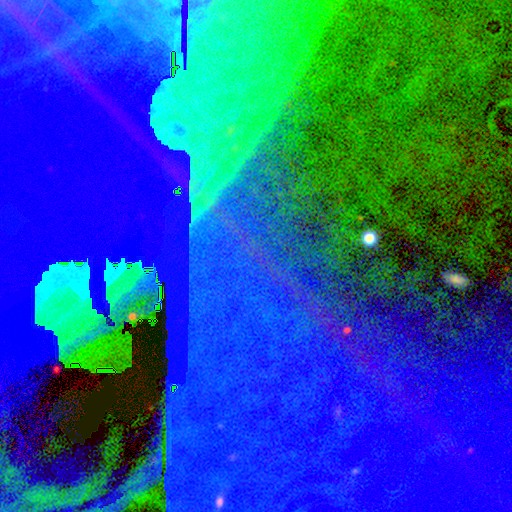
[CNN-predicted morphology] The model was most divided on "smooth or featured": star or artifact: 86%, featured or disk: 8%, smooth: 6%.